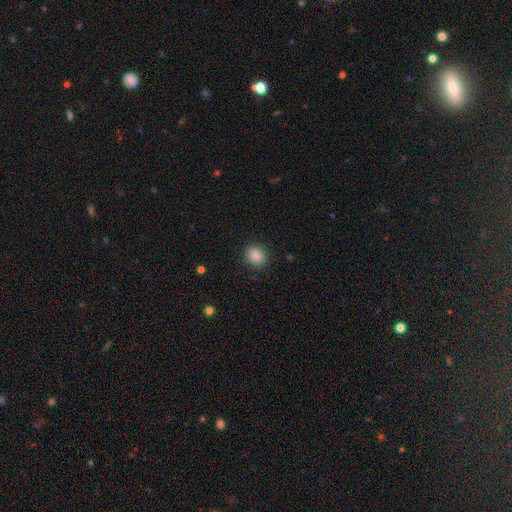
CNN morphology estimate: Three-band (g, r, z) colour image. It shows a smooth galaxy with no disk features (88%) that is round (73%). Merging: none (89%).